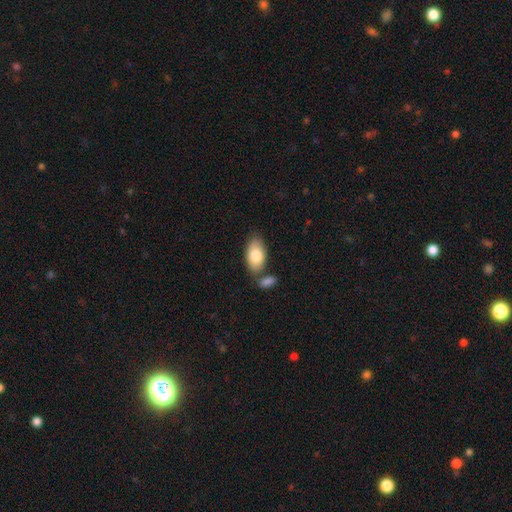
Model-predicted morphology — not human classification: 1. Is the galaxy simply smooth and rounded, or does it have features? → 81% smooth, 13% featured or disk, 6% star or artifact.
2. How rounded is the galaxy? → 94% in between, 4% round, 2% cigar-shaped.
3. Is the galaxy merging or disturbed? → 65% none, 18% merger, 14% minor disturbance, 4% major disturbance.